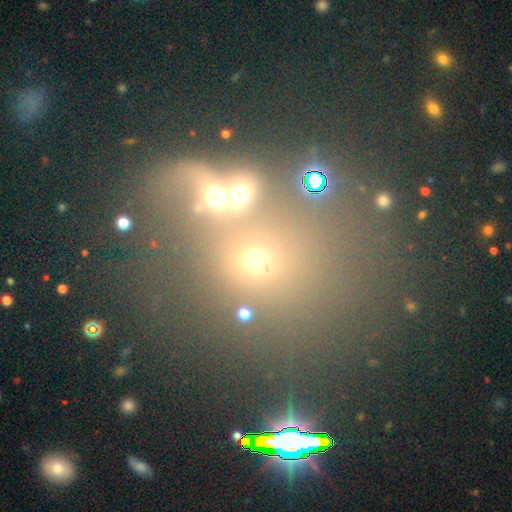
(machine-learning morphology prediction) type=smooth (44%); merging=none (45%).